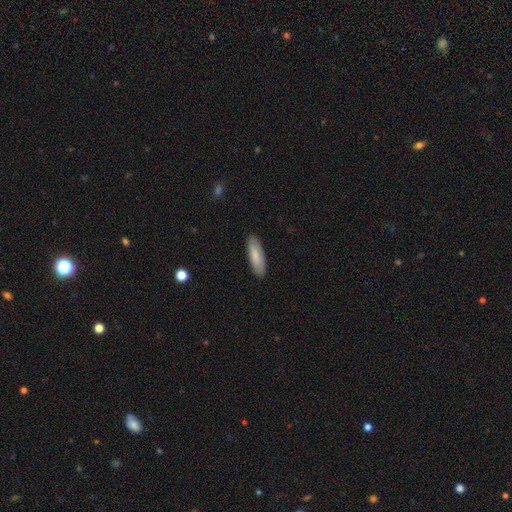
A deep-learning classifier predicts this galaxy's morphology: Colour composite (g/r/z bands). It shows a smooth galaxy with no disk features (79%) that is in between round and cigar-shaped (50%). Merging: none (88%).